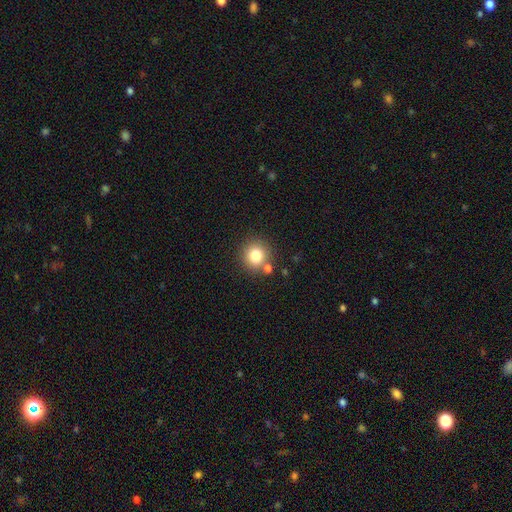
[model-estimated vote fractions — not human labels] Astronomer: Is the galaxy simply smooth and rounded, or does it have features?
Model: smooth — 80%.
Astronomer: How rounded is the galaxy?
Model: round — 90%.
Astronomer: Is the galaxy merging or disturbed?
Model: none — 78%.